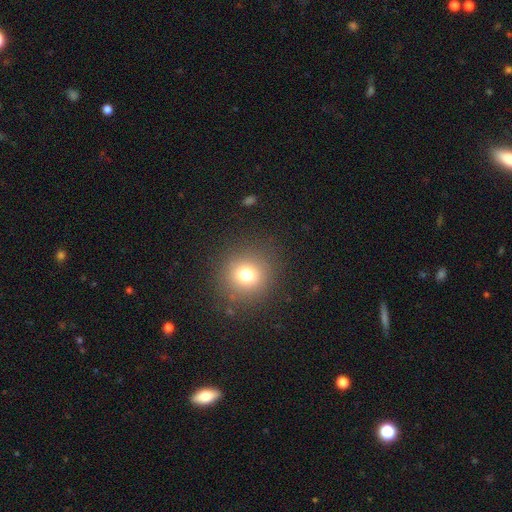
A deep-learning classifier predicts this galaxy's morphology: This is likely a smooth galaxy (67%). How rounded: clearly round (91%). Merging: clearly none (91%).